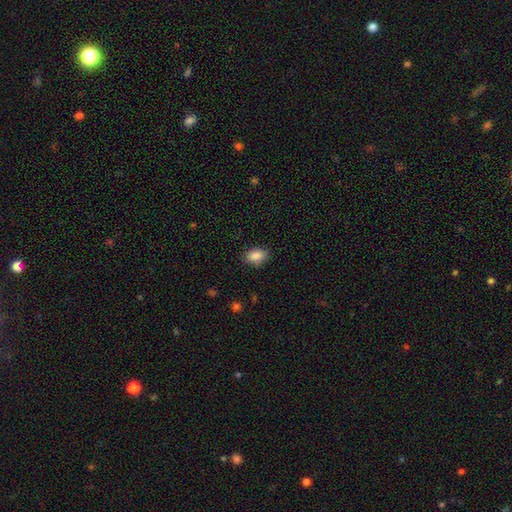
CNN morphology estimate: Smooth or featured? Predicted: smooth (p=0.87). How rounded? Predicted: in between (p=0.81). Merging? Predicted: none (p=0.84).